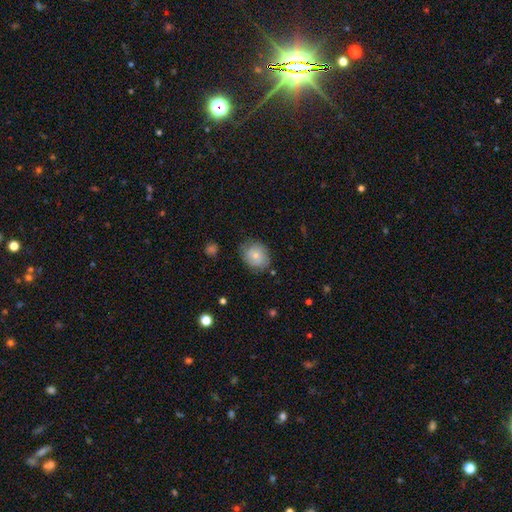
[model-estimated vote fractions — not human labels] smooth_or_featured: smooth (p=0.77) [alt: featured or disk p=0.15]
how_rounded: round (p=0.62) [alt: in between p=0.37]
merging: none (p=0.75) [alt: minor disturbance p=0.19]